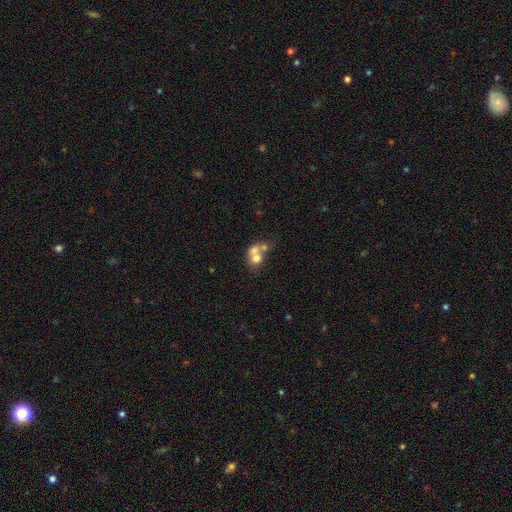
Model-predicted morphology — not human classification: smooth-or-featured: smooth: 62% | featured or disk: 27% | star or artifact: 11%
  how-rounded: round: 65% | in between: 34% | cigar-shaped: 1%
  merging: merger: 67% | none: 22% | minor disturbance: 6% | major disturbance: 5%